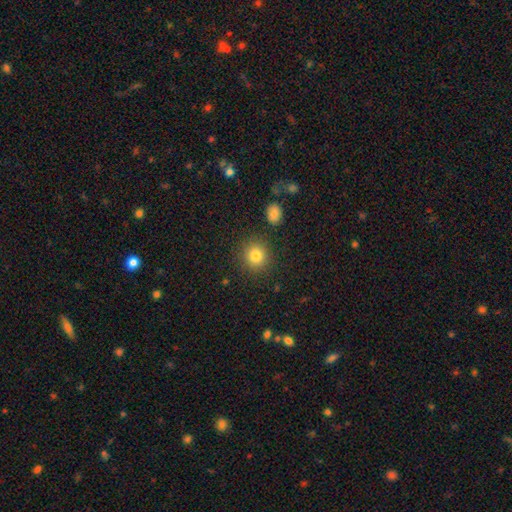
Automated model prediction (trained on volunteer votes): smooth_or_featured: smooth (p=0.82) [alt: star or artifact p=0.11]
how_rounded: round (p=0.88) [alt: in between p=0.11]
merging: none (p=0.87) [alt: minor disturbance p=0.07]